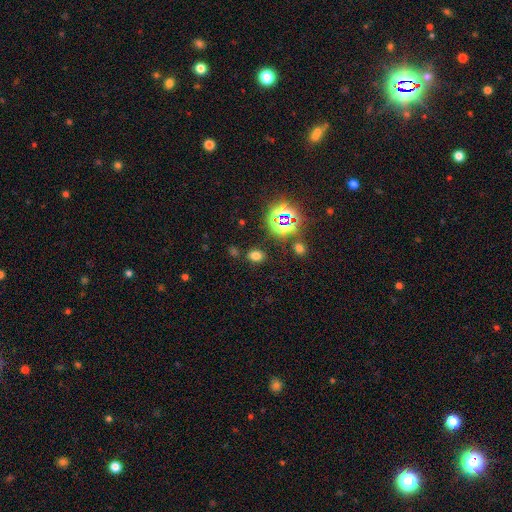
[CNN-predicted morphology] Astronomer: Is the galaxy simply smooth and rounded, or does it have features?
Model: smooth — 65%.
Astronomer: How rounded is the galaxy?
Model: in between — 65%.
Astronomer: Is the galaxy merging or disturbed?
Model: none — 83%.